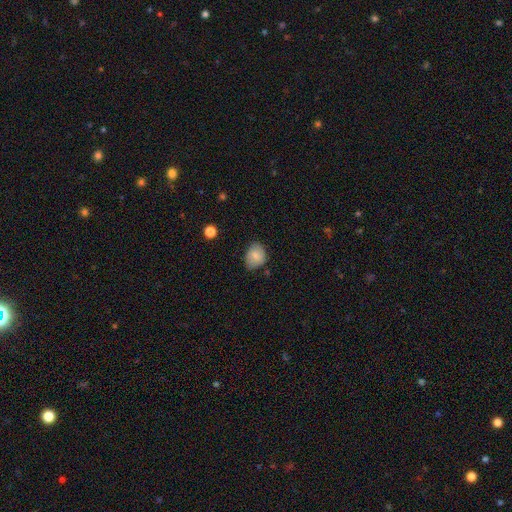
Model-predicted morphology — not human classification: type=smooth (77%); roundness=in between (55%); merging=none (67%).